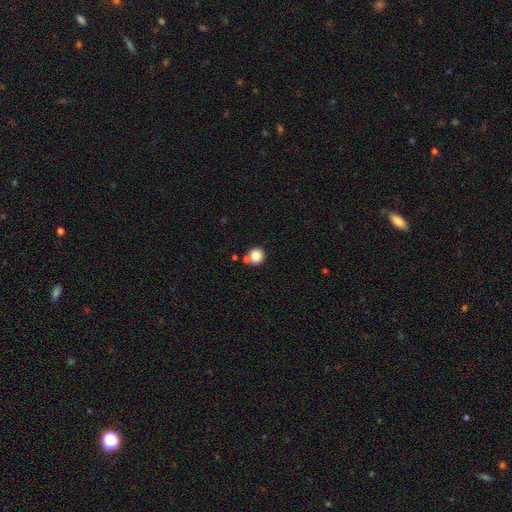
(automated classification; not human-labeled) This appears to be a smooth galaxy with no disk features (84%) that is round (91%). Merging: none (68%).